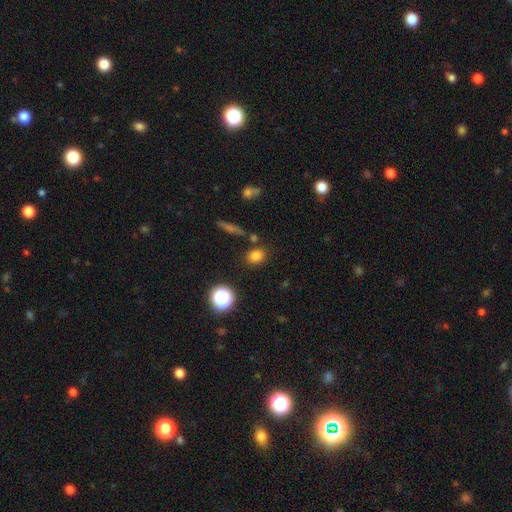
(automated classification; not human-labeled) A smooth galaxy with no disk features (78%) that is round (51%). Merging: none (80%).